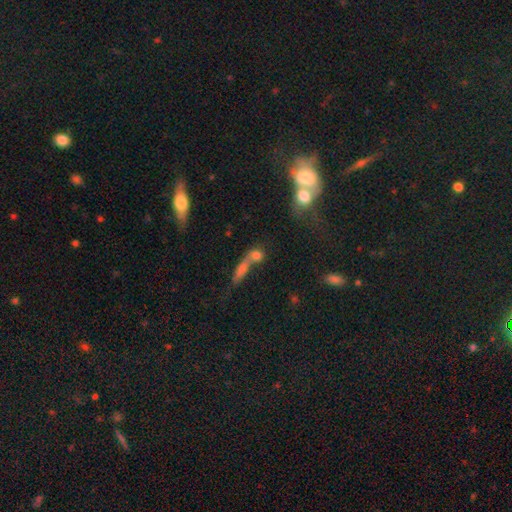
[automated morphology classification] Q: Smooth or featured?
A: smooth (68%); runner-up: featured or disk (17%)
Q: How rounded?
A: round (45%); runner-up: in between (29%)
Q: Merging?
A: merger (49%); runner-up: none (35%)